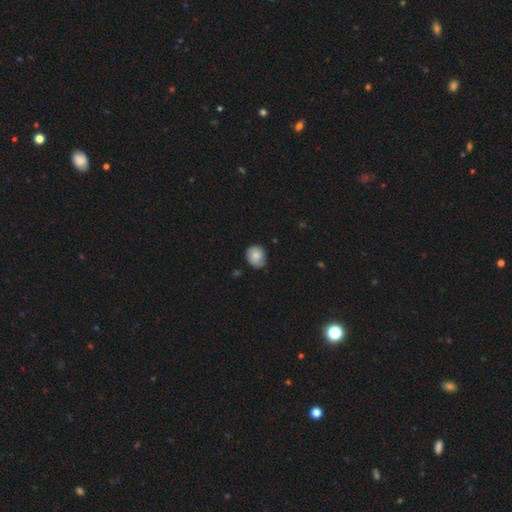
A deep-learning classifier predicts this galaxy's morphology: type=smooth (81%); roundness=round (74%); merging=none (68%).